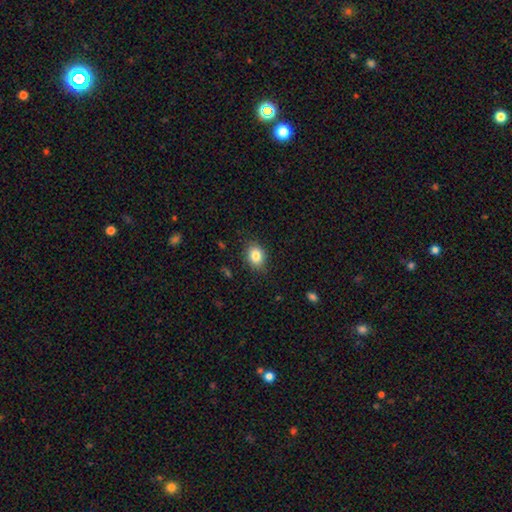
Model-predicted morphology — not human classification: A smooth galaxy with no disk features (84%) that is in between round and cigar-shaped (59%).

Vote fractions:
- Smooth or featured? smooth: 84% / star or artifact: 9% / featured or disk: 7%
- How rounded? in between: 59% / round: 40% / cigar-shaped: 1%
- Merging? none: 85% / minor disturbance: 11% / major disturbance: 3% / merger: 1%